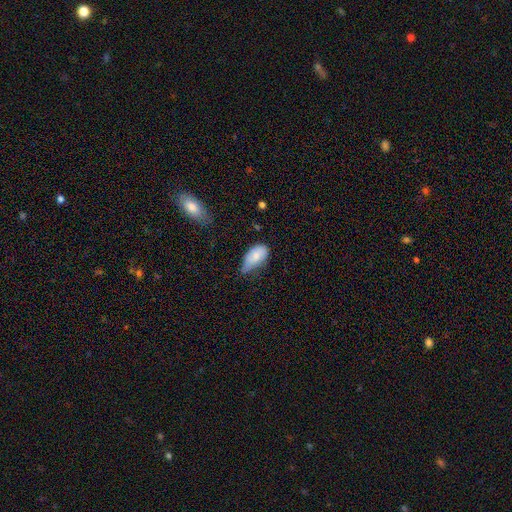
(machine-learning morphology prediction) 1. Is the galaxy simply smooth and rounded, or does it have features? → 78% smooth, 15% featured or disk, 7% star or artifact.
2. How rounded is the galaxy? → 93% in between, 4% round, 3% cigar-shaped.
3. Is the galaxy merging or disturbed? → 52% minor disturbance, 22% major disturbance, 22% none, 4% merger.